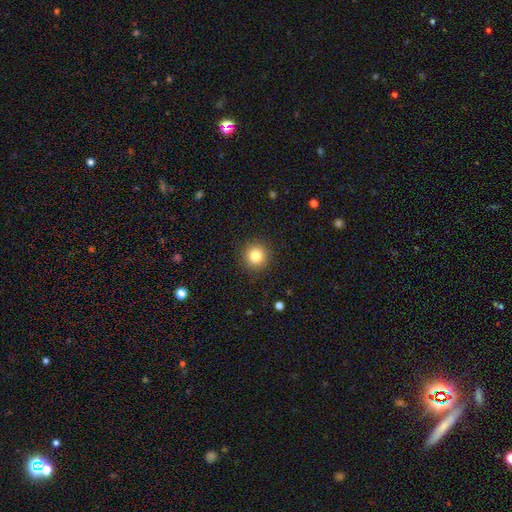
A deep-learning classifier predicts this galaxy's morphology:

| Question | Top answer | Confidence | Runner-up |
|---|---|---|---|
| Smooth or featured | smooth | 83% | star or artifact (11%) |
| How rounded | round | 94% | in between (5%) |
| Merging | none | 91% | minor disturbance (6%) |